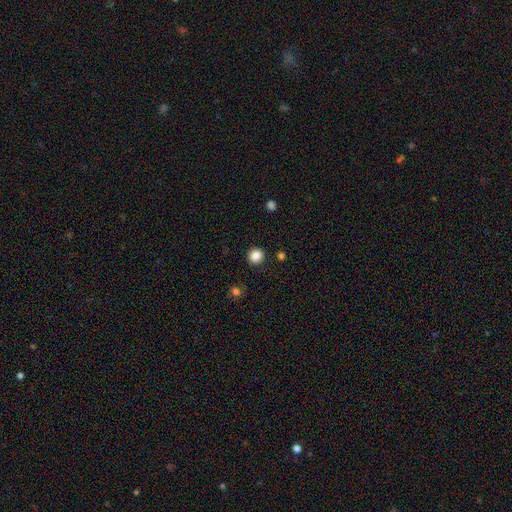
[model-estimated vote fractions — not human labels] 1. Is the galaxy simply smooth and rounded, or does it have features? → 85% smooth, 11% star or artifact, 4% featured or disk.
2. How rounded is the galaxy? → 93% round, 6% in between, 1% cigar-shaped.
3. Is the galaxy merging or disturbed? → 92% none, 5% minor disturbance, 2% major disturbance, 1% merger.